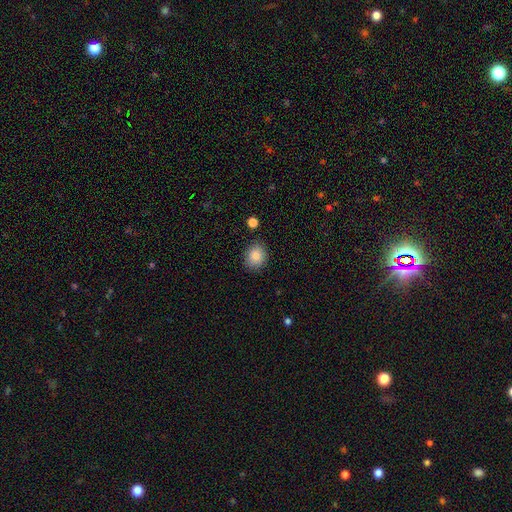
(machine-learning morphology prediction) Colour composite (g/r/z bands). It shows a smooth galaxy with no disk features (85%) that is round (65%). Merging: none (85%).